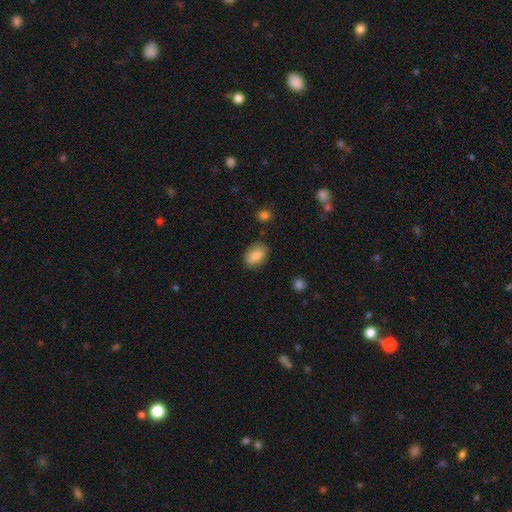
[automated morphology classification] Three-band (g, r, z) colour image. It shows a smooth galaxy with no disk features (85%) that is in between round and cigar-shaped (87%). Merging: none (84%).